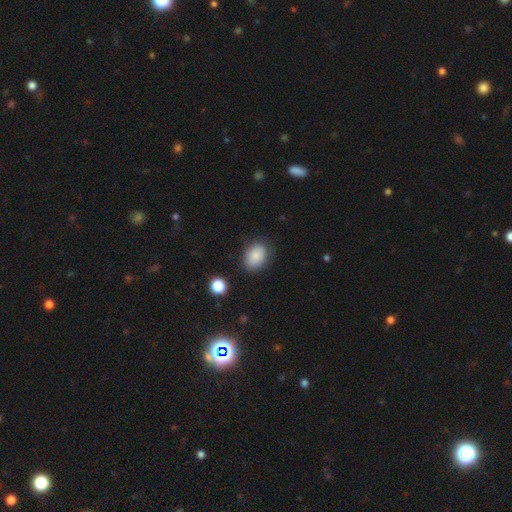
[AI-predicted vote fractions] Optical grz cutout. It shows a smooth galaxy with no disk features (87%) that is in between round and cigar-shaped (70%). Merging: none (81%).